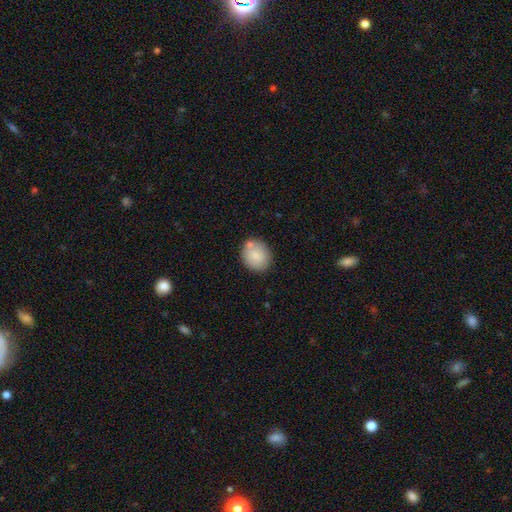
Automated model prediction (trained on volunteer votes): Overall: smooth (82%). How rounded: round (75%). Merging: none (74%).